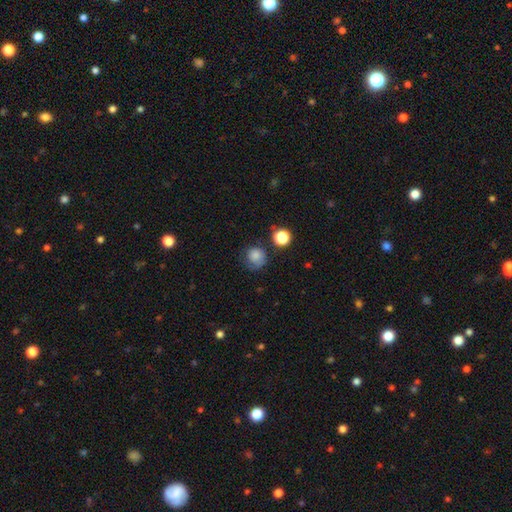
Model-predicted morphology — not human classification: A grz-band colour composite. It shows a smooth galaxy with no disk features (79%) that is round (87%). Merging: none (58%).